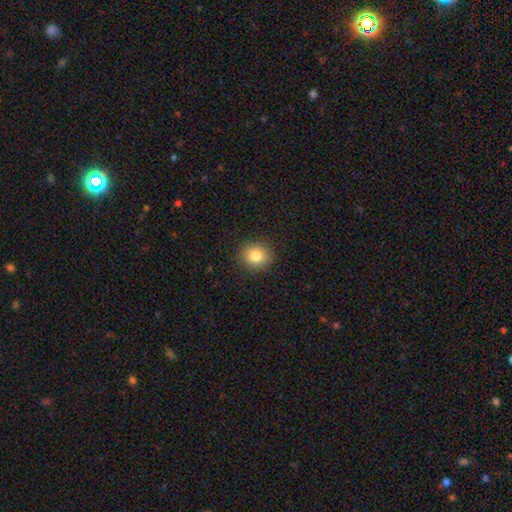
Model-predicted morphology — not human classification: Overall: smooth (83%). How rounded: round (80%). Merging: none (90%).